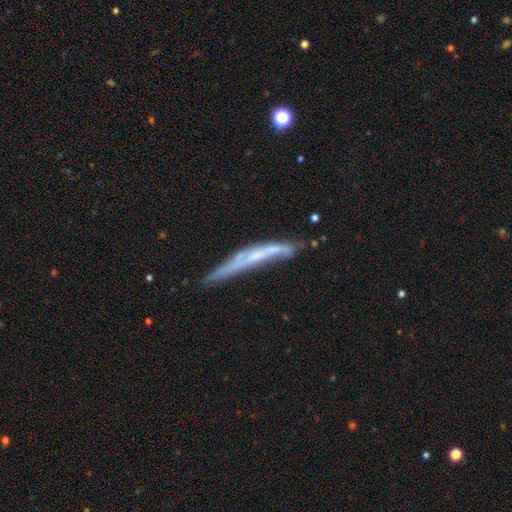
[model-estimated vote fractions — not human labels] The model was most divided on "merging": none: 45%, minor disturbance: 29%, major disturbance: 17%, merger: 9%. More confident: edge-on disk — yes (74%); smooth or featured — featured or disk (60%).